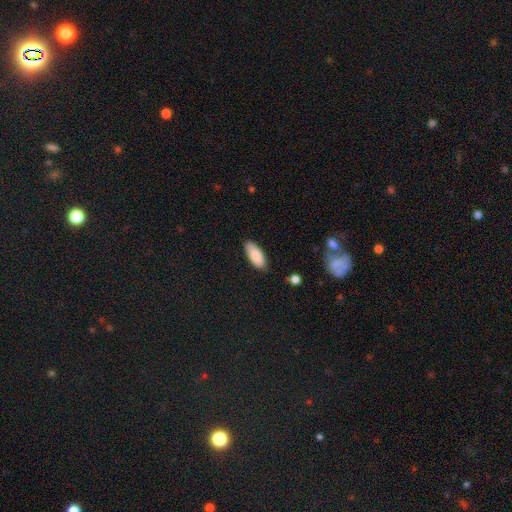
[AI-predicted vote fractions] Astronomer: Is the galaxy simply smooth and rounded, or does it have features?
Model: smooth — 86%.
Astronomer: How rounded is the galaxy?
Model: in between — 86%.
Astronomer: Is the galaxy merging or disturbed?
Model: none — 82%.